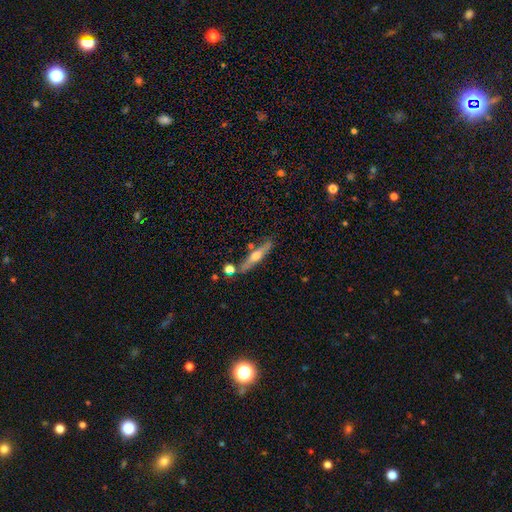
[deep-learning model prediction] Smooth or featured? featured or disk (60%)
Edge-on disk? yes (93%)
Edge-on bulge? rounded (92%)
Merging? none (76%)